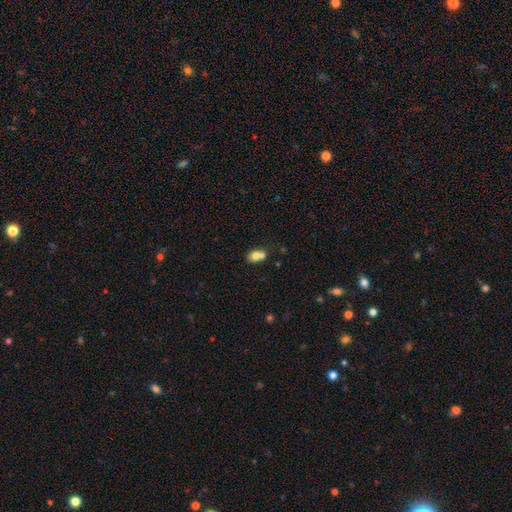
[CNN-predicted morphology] Smooth or featured? smooth (72%)
How rounded? in between (54%)
Merging? merger (55%)